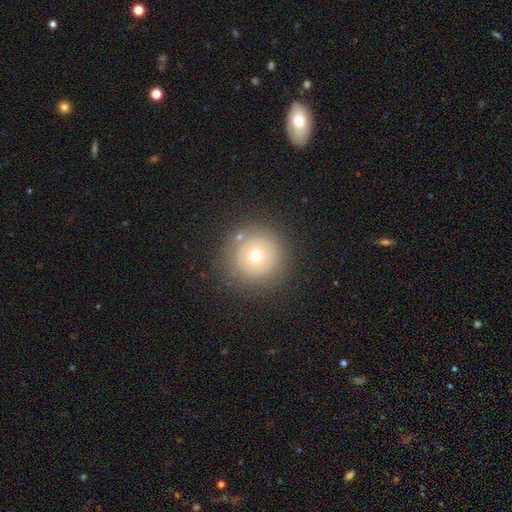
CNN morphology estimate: smooth-or-featured: smooth: 60% | featured or disk: 27% | star or artifact: 12%
  how-rounded: round: 96% | in between: 3% | cigar-shaped: 1%
  merging: none: 85% | minor disturbance: 8% | major disturbance: 4% | merger: 2%